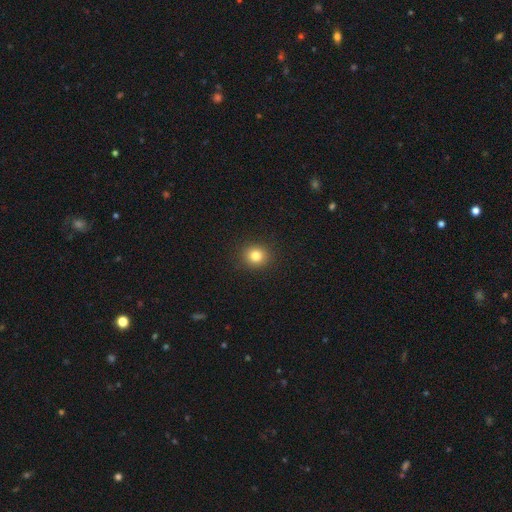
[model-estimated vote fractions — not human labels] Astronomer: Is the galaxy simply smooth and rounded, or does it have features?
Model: smooth — 81%.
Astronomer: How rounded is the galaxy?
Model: round — 85%.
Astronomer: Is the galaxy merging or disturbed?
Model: none — 91%.